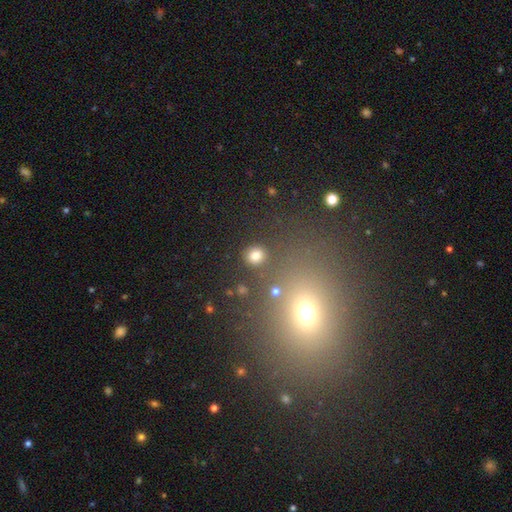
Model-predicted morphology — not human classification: Overall: smooth (81%). How rounded: round (84%). Merging: none (86%).